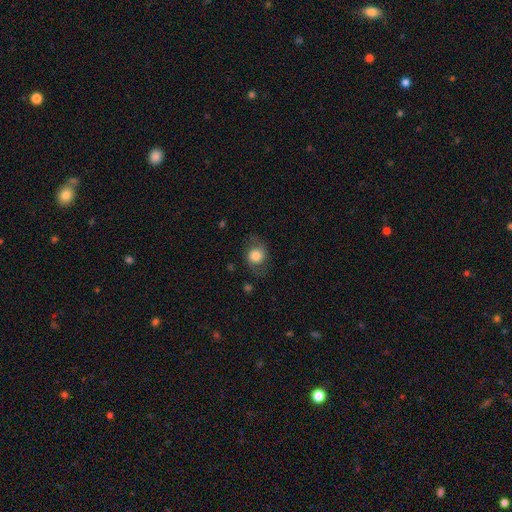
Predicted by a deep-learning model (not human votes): smooth_or_featured: smooth (p=0.60) [alt: featured or disk p=0.31]
how_rounded: round (p=0.71) [alt: in between p=0.28]
merging: none (p=0.69) [alt: minor disturbance p=0.19]